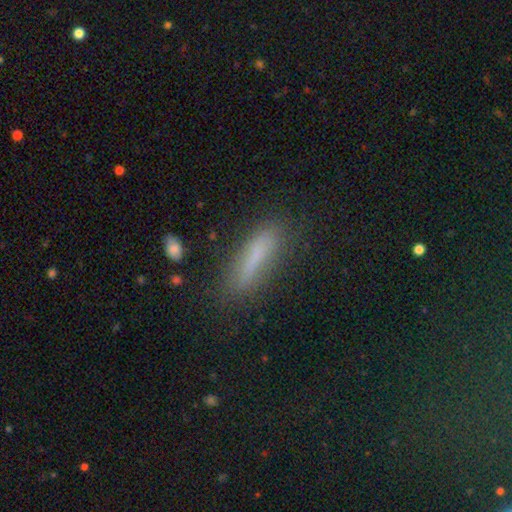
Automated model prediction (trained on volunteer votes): The model was most divided on "smooth or featured": smooth: 69%, featured or disk: 20%, star or artifact: 11%. More confident: how rounded — cigar-shaped (79%); merging — none (76%).